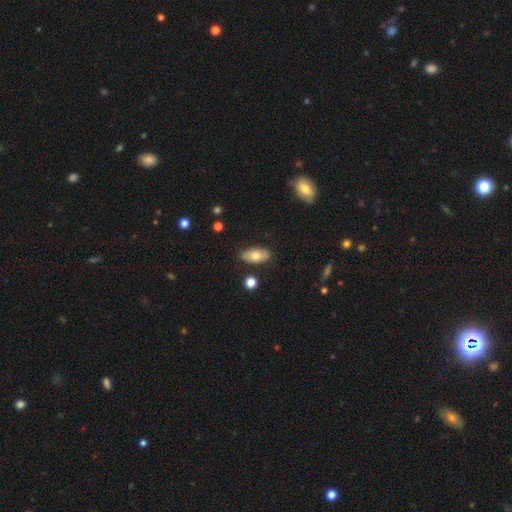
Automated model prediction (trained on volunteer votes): smooth 67%, featured or disk 26%, star or artifact 7%. Down the decision tree: how rounded — in between (89%); merging — none (83%).